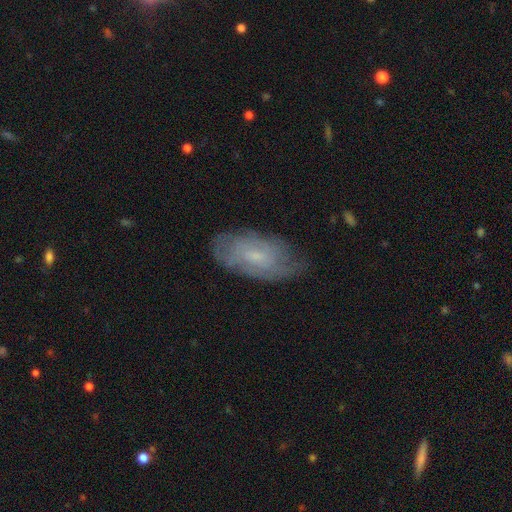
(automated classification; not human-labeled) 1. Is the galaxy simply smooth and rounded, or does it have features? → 52% featured or disk, 40% smooth, 8% star or artifact.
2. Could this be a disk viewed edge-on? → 90% no, 10% yes.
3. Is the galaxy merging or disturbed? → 69% none, 23% minor disturbance, 7% major disturbance, 1% merger.